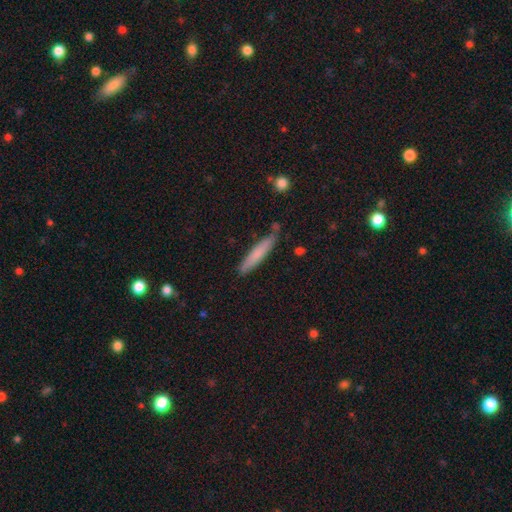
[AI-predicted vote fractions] smooth 74%, featured or disk 20%, star or artifact 6%. Down the decision tree: how rounded — cigar-shaped (91%); merging — none (78%).